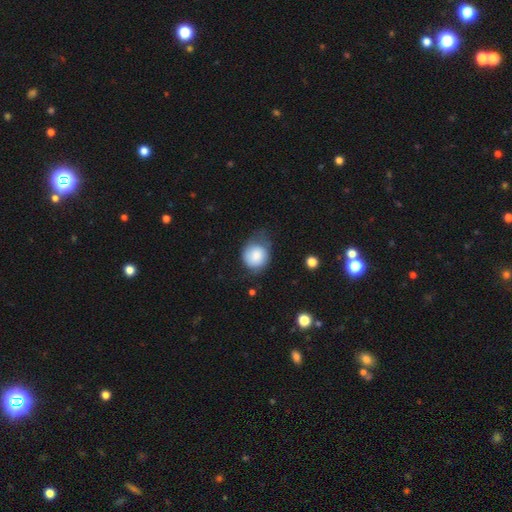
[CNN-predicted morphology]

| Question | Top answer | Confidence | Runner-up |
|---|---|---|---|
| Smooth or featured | smooth | 80% | featured or disk (13%) |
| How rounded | round | 75% | in between (24%) |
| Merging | minor disturbance | 39% | tied: none (39%) |